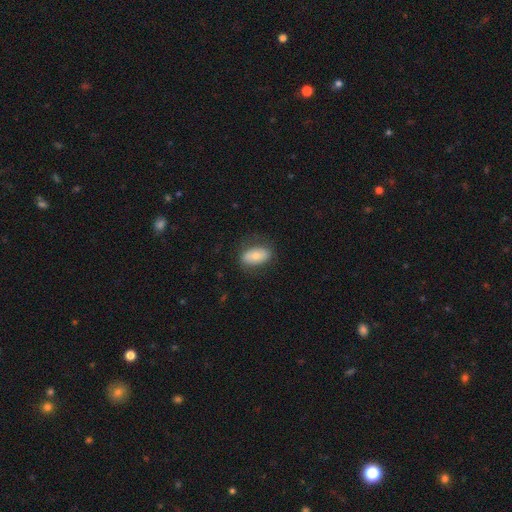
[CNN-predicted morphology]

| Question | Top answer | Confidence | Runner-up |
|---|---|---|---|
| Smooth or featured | smooth | 67% | featured or disk (26%) |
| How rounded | in between | 91% | round (6%) |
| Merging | none | 74% | minor disturbance (18%) |